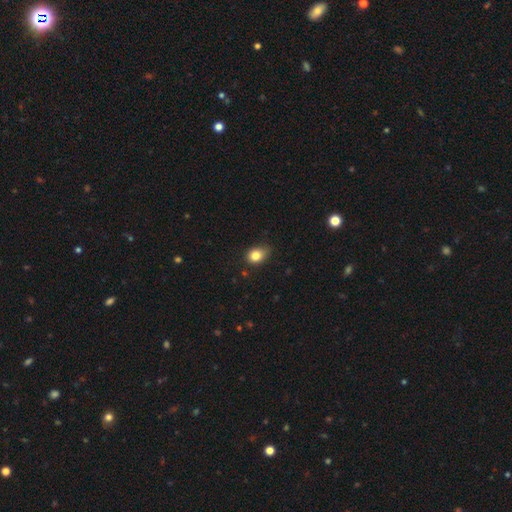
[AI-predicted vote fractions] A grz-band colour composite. It shows a smooth galaxy with no disk features (82%) that is in between round and cigar-shaped (57%). Merging: none (65%).